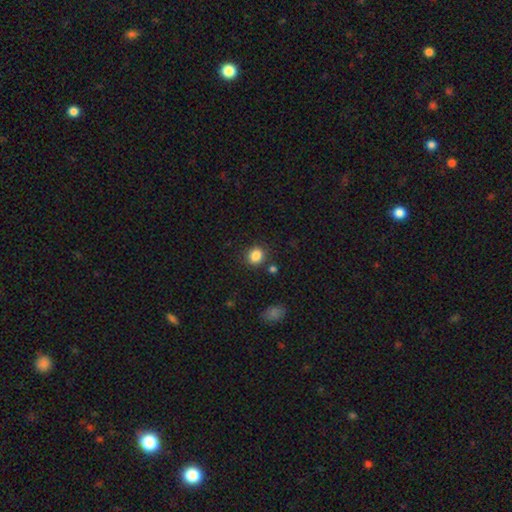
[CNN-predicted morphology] Smooth or featured: smooth — 85% (star or artifact — 11%)
How rounded: round — 74% (in between — 25%)
Merging: none — 83% (minor disturbance — 10%)